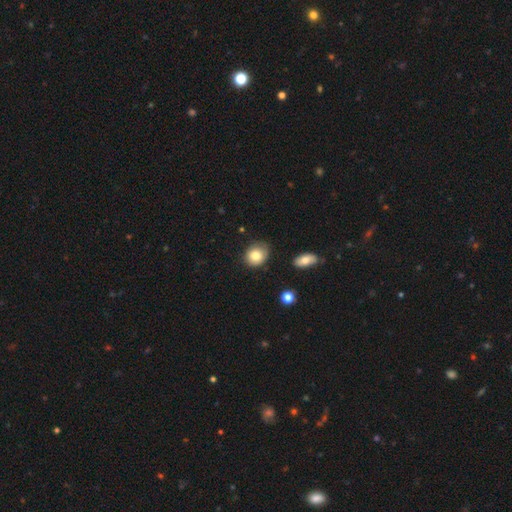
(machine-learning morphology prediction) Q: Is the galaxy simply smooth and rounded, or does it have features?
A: smooth — 80%.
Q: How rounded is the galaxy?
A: round — 66%.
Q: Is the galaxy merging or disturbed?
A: none — 72%.